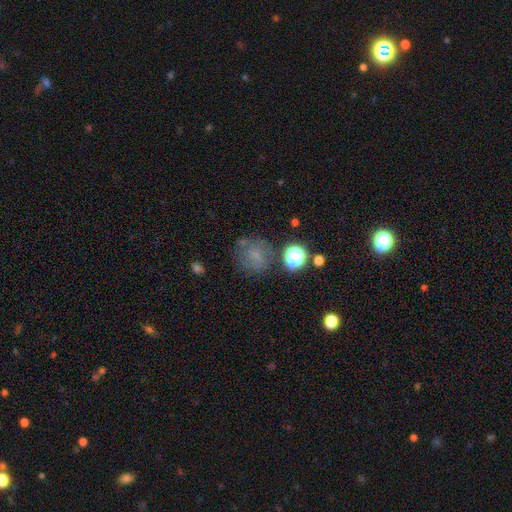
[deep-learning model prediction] This is possibly a smooth galaxy (53%). How rounded: clearly round (86%). Merging: likely none (68%).